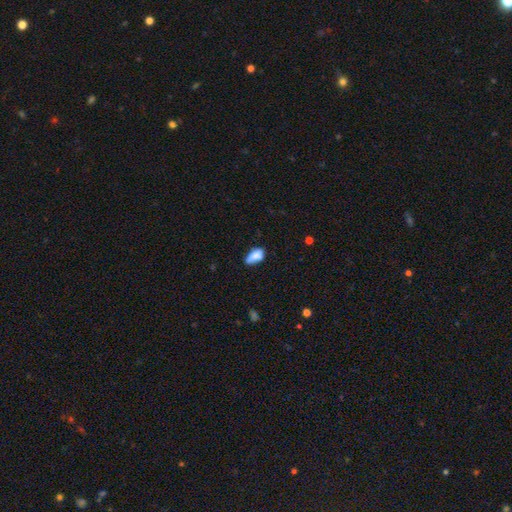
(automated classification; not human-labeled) This appears to be a smooth galaxy with no disk features (79%) that is in between round and cigar-shaped (88%). Merging: minor disturbance (39%).